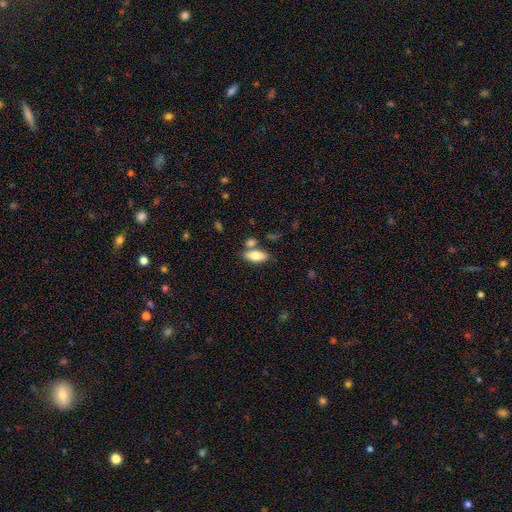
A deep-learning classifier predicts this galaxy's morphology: smooth-or-featured: smooth: 76% | featured or disk: 18% | star or artifact: 7%
  how-rounded: in between: 80% | cigar-shaped: 17% | round: 3%
  merging: none: 67% | merger: 17% | minor disturbance: 12% | major disturbance: 3%